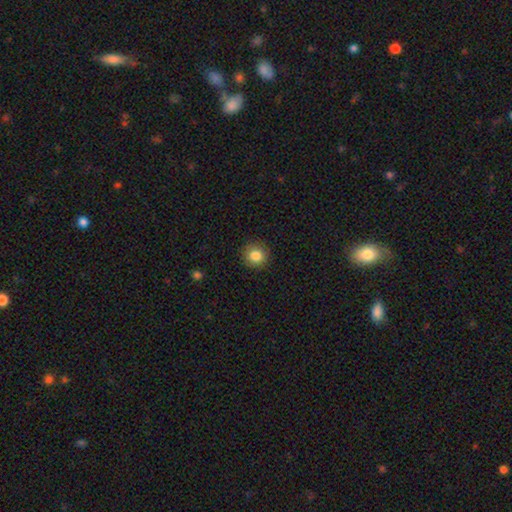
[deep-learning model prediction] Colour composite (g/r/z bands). It shows a smooth galaxy with no disk features (84%) that is round (92%). Merging: none (90%).